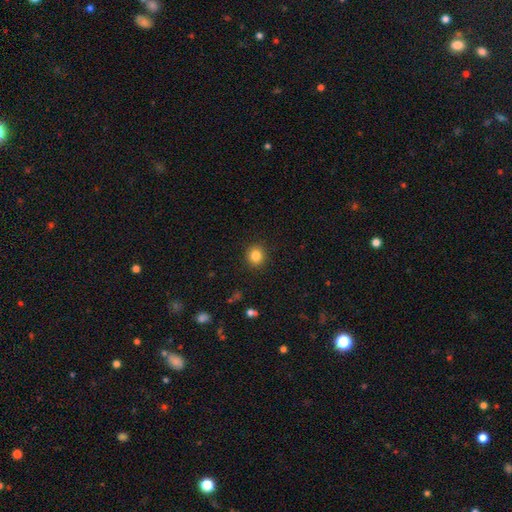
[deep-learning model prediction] Smooth or featured? smooth (85%)
How rounded? round (85%)
Merging? none (91%)